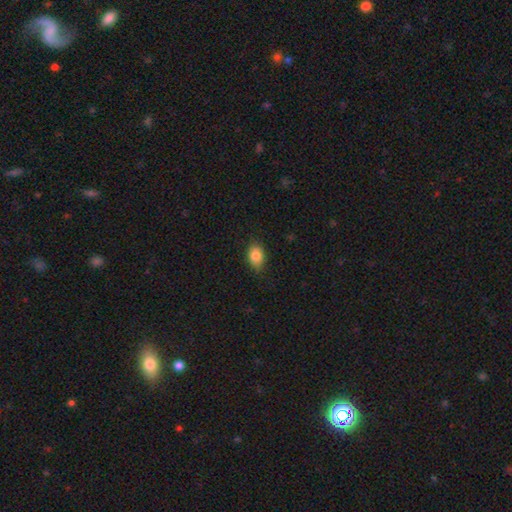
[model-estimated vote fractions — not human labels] smooth 84%, star or artifact 9%, featured or disk 7%. Down the decision tree: how rounded — in between (78%); merging — none (82%).